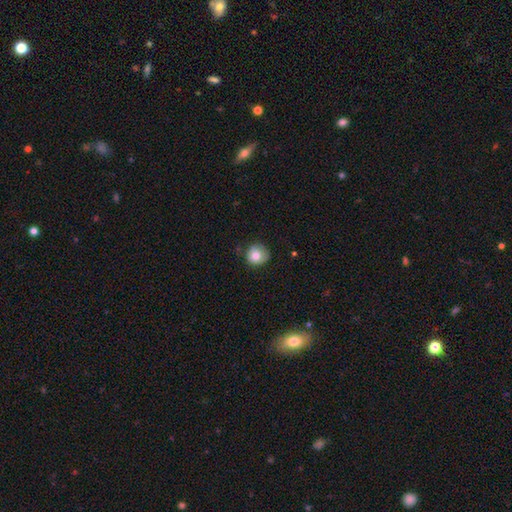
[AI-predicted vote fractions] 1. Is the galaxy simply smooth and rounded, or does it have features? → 77% smooth, 14% featured or disk, 9% star or artifact.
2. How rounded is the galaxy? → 90% round, 9% in between, 1% cigar-shaped.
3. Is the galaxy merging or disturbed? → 70% none, 23% minor disturbance, 5% major disturbance, 2% merger.